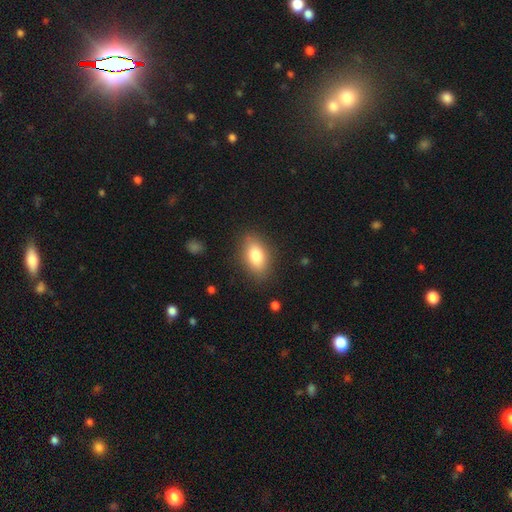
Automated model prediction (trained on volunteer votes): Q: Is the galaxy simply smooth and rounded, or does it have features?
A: smooth — 80%.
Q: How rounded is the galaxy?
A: in between — 88%.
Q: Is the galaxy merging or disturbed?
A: none — 84%.